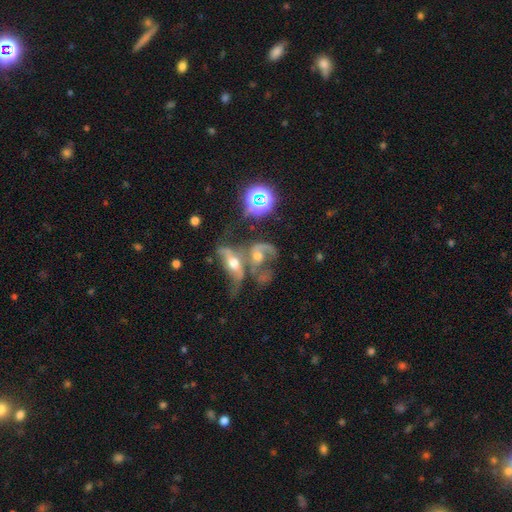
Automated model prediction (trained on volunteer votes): Overall: featured or disk (65%). Edge-on disk: no (87%). Bar: no (67%). Spiral arms: yes (71%). Bulge size: moderate (61%; small 22%). Merging: merger (65%).